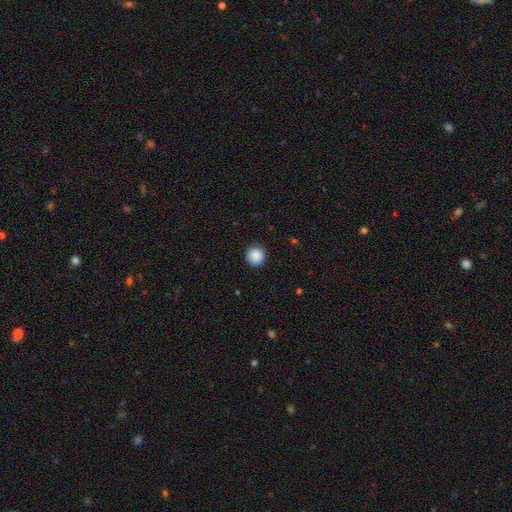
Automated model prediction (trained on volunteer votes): Smooth or featured: smooth — 88% (star or artifact — 9%)
How rounded: round — 94% (in between — 5%)
Merging: none — 91% (minor disturbance — 6%)